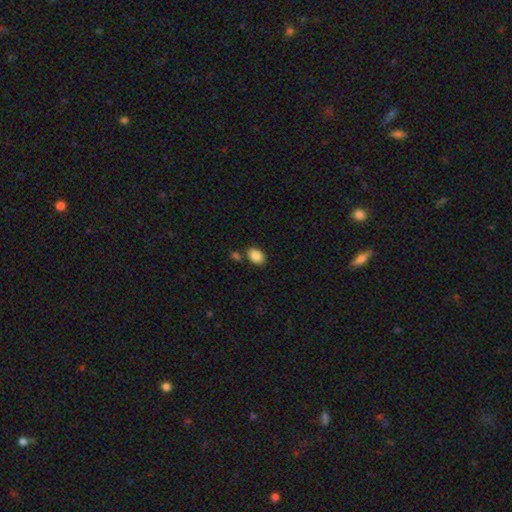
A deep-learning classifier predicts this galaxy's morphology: smooth-or-featured: smooth: 88% | star or artifact: 8% | featured or disk: 4%
  how-rounded: in between: 84% | round: 15% | cigar-shaped: 1%
  merging: none: 75% | merger: 11% | minor disturbance: 11% | major disturbance: 3%